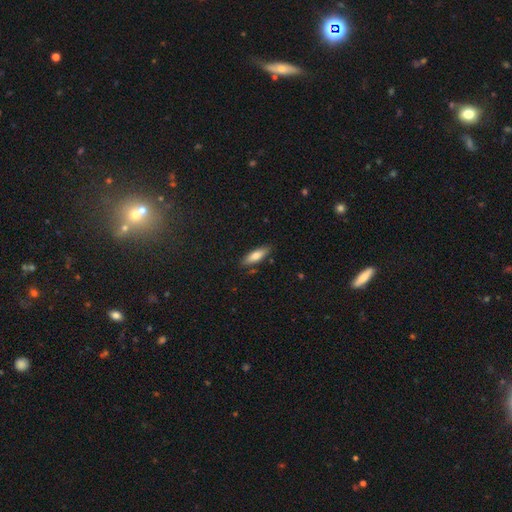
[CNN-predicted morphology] This is likely a smooth galaxy (73%). How rounded: possibly cigar-shaped (50%). Merging: clearly none (84%).